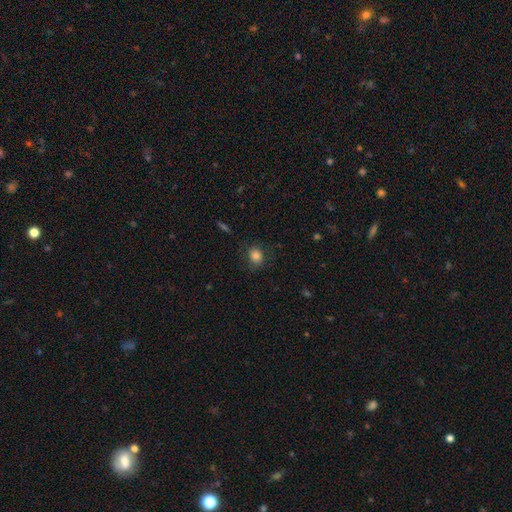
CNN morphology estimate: Smooth or featured? Predicted: smooth (p=0.82). How rounded? Predicted: round (p=0.61). Merging? Predicted: none (p=0.74).